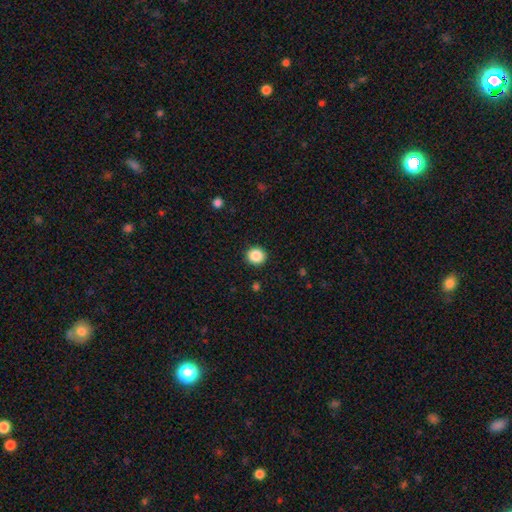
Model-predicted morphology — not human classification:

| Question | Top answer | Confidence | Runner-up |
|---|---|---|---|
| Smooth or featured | smooth | 87% | star or artifact (10%) |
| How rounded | round | 90% | in between (9%) |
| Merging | none | 91% | minor disturbance (6%) |